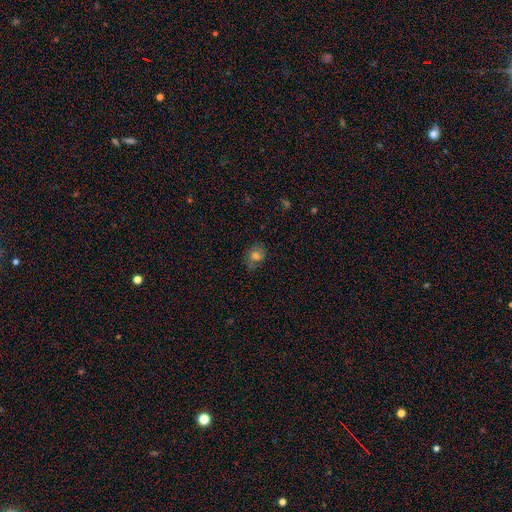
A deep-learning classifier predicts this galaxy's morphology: Smooth or featured? smooth (69%)
How rounded? round (54%)
Merging? none (64%)